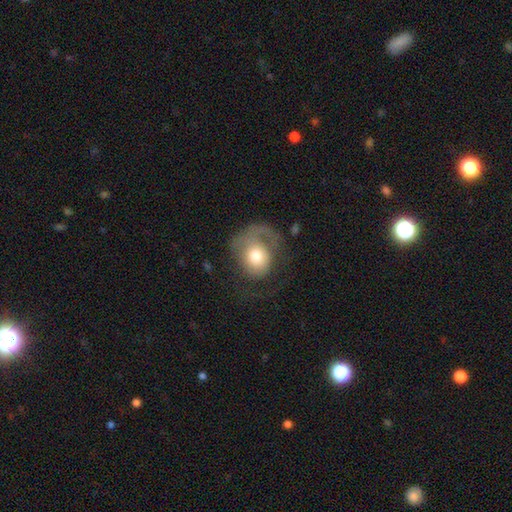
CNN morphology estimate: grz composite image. It shows a smooth galaxy with no disk features (54%) that is round (60%). Merging: major disturbance (47%).